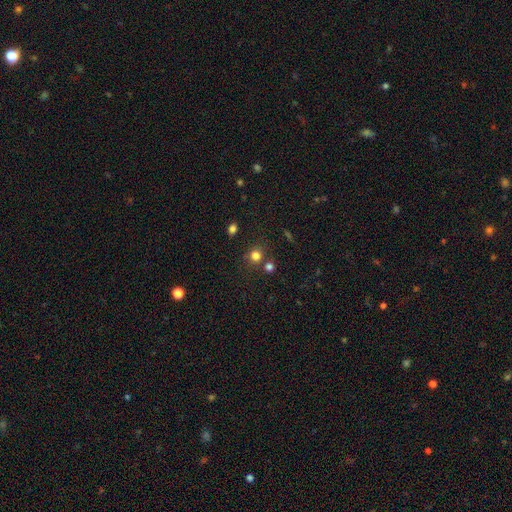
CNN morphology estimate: A smooth galaxy with no disk features (76%) that is round (85%).

Vote fractions:
- Smooth or featured? smooth: 76% / star or artifact: 18% / featured or disk: 7%
- How rounded? round: 85% / in between: 14% / cigar-shaped: 1%
- Merging? none: 71% / merger: 15% / minor disturbance: 10% / major disturbance: 4%